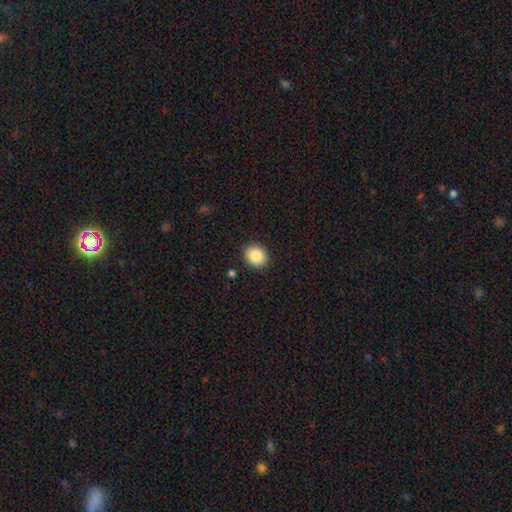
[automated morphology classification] This appears to be a smooth galaxy with no disk features (85%) that is round (64%). Merging: none (89%).